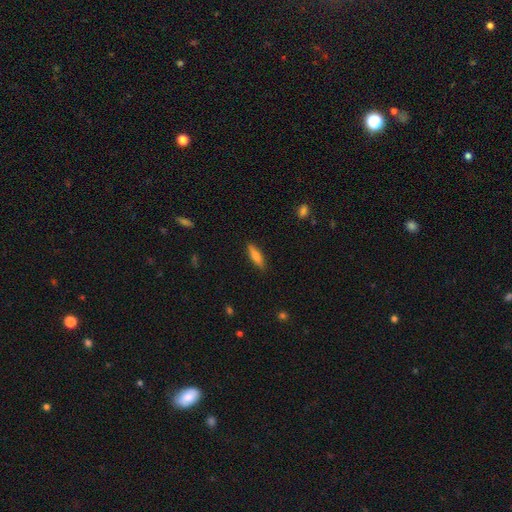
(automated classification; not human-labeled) Smooth or featured: smooth — 77% (featured or disk — 17%)
How rounded: cigar-shaped — 64% (in between — 34%)
Merging: none — 87% (minor disturbance — 9%)